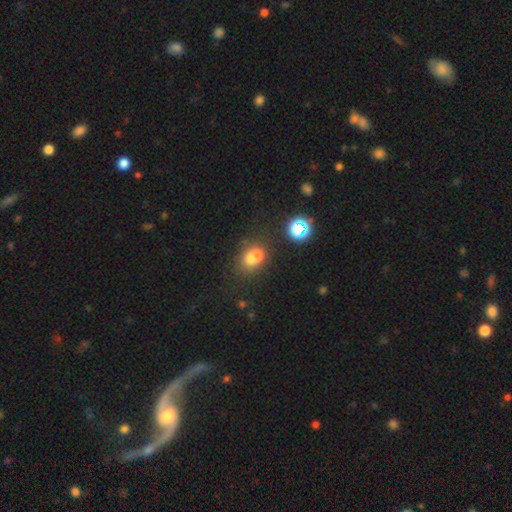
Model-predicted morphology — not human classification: type=smooth (63%); roundness=round (53%); merging=merger (52%).